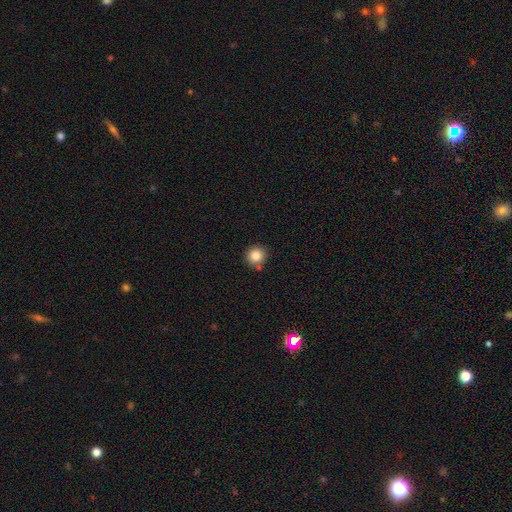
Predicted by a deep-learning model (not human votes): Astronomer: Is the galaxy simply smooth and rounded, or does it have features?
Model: smooth — 85%.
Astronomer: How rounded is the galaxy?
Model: round — 92%.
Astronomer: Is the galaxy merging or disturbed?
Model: none — 80%.